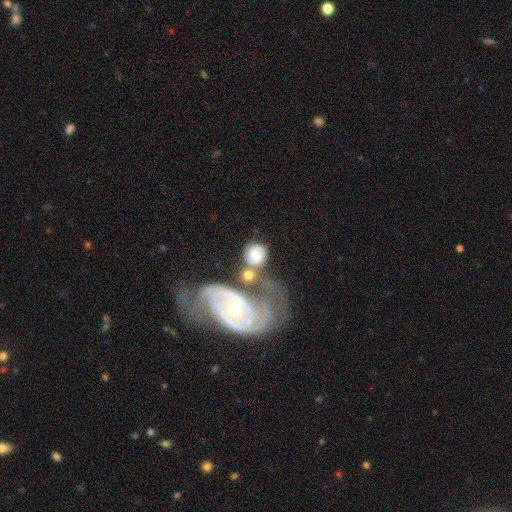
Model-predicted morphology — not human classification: Smooth or featured: featured or disk — 48% (smooth — 45%)
Merging: merger — 38% (none — 33%)